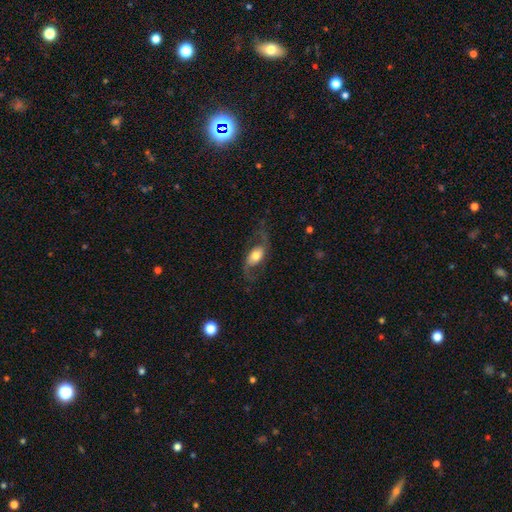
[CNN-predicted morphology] The model was most divided on "bar": no: 54%, weak: 31%, strong: 15%. More confident: edge-on disk — no (93%); spiral arm count — 2 (92%); spiral arms — yes (91%); smooth or featured — featured or disk (72%); spiral winding — loose (72%); merging — none (66%); bulge size — moderate (53%).